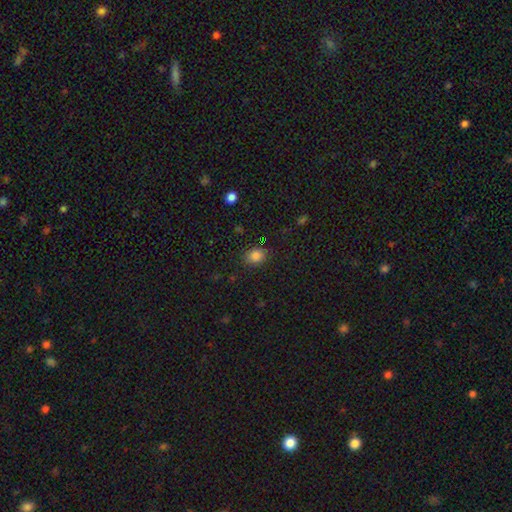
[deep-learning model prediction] This appears to be a smooth galaxy with no disk features (84%) that is round (50%). Merging: none (84%).